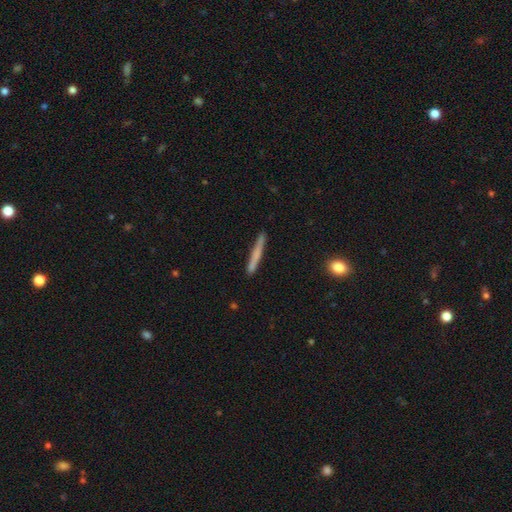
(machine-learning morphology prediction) A smooth galaxy with no disk features (64%) that is cigar-shaped (96%). Merging: none (89%).